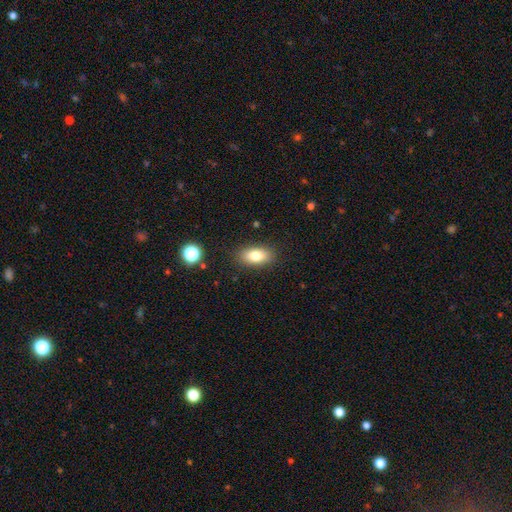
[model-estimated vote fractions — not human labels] Q: Smooth or featured?
A: smooth (80%); runner-up: featured or disk (11%)
Q: How rounded?
A: in between (88%); runner-up: round (6%)
Q: Merging?
A: none (87%); runner-up: minor disturbance (9%)